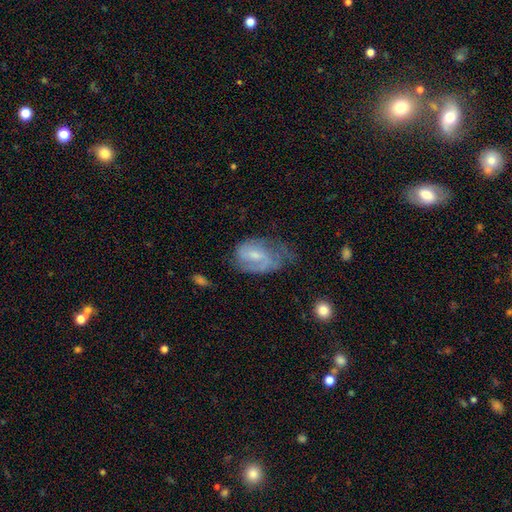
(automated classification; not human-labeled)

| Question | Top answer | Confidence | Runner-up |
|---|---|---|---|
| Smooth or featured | featured or disk | 67% | smooth (26%) |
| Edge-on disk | no | 96% | yes (4%) |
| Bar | weak | 53% | no (34%) |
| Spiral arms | yes | 85% | no (15%) |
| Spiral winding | medium | 44% | tight (31%) |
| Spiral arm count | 2 | 52% | can't tell (21%) |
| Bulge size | small | 49% | moderate (37%) |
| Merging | none | 39% | minor disturbance (32%) |